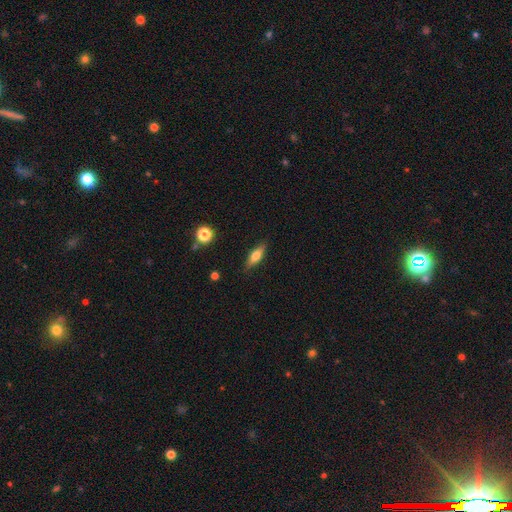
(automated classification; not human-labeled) Smooth or featured: smooth — 62% (featured or disk — 31%)
How rounded: in between — 53% (cigar-shaped — 43%)
Merging: none — 85% (minor disturbance — 11%)